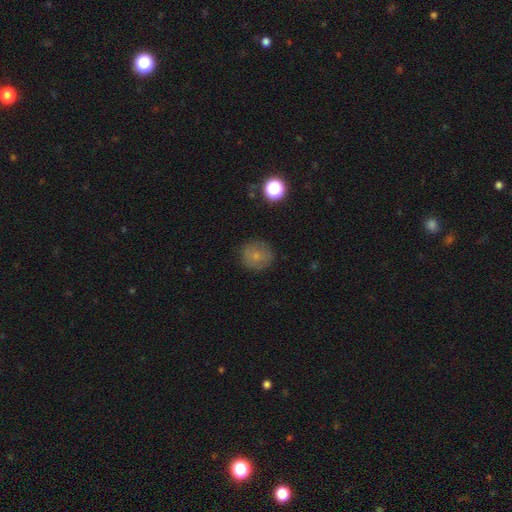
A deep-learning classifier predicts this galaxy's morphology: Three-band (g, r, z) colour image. It shows a smooth galaxy with no disk features (72%) that is round (87%). Merging: none (81%).